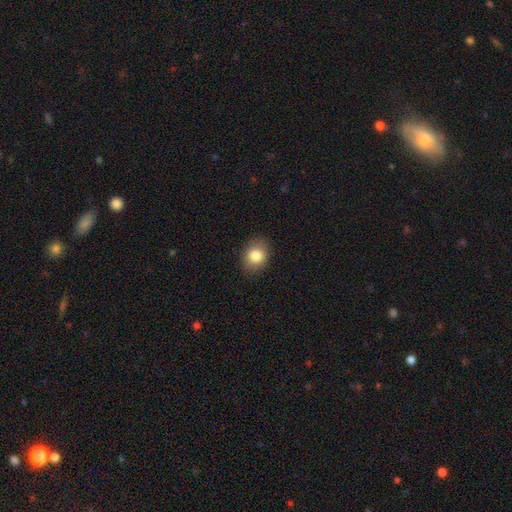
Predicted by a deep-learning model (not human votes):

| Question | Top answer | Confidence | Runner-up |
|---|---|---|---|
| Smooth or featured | smooth | 84% | star or artifact (9%) |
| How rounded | round | 54% | in between (45%) |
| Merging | none | 86% | minor disturbance (10%) |